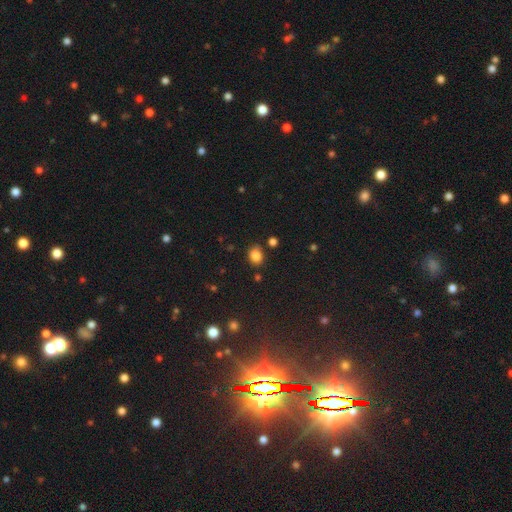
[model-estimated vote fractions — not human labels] Smooth or featured?
  - smooth: 83% *
  - star or artifact: 12%
  - featured or disk: 5%
How rounded?
  - round: 53% *
  - in between: 46%
  - cigar-shaped: 1%
Merging?
  - none: 79% *
  - minor disturbance: 13%
  - merger: 5%
  - major disturbance: 3%